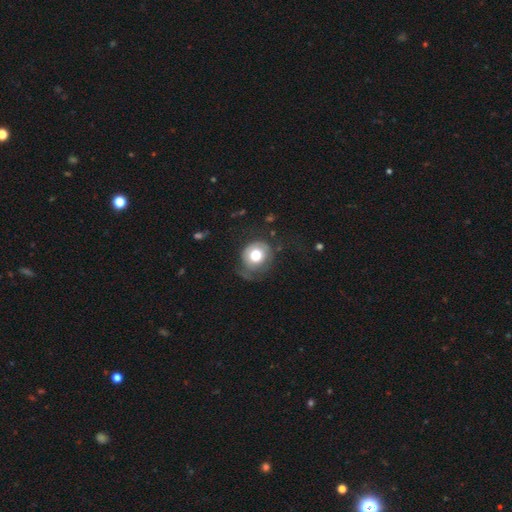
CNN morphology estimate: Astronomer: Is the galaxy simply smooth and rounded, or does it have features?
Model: smooth — 64%.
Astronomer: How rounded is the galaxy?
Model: round — 76%.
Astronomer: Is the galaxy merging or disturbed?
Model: none — 53%.